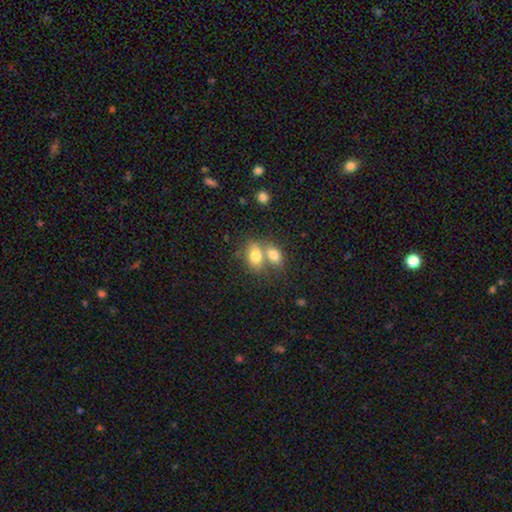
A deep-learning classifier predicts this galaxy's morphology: type=smooth (78%); roundness=in between (79%); merging=merger (61%).